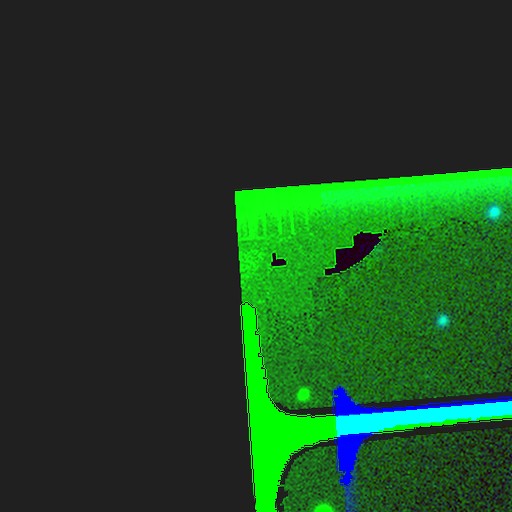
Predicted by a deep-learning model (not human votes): Overall: star or artifact (87%).